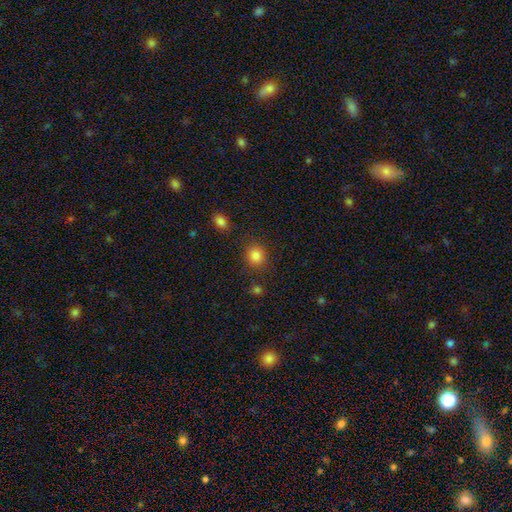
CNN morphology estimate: This appears to be a smooth galaxy with no disk features (84%) that is round (83%). Merging: none (85%).